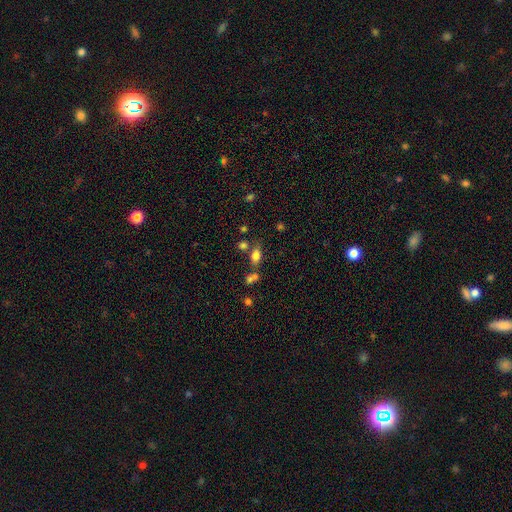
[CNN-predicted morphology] A smooth galaxy with no disk features (75%) that is in between round and cigar-shaped (79%). Merging: none (57%).